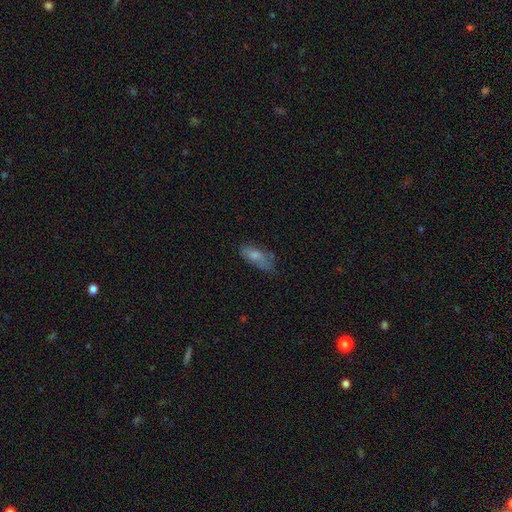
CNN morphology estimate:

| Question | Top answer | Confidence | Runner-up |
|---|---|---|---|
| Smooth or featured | smooth | 68% | featured or disk (24%) |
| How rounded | in between | 80% | cigar-shaped (17%) |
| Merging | none | 50% | minor disturbance (32%) |